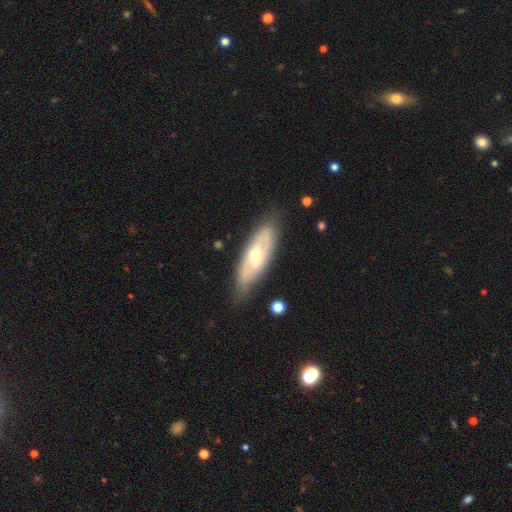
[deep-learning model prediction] Smooth or featured?
  - featured or disk: 57% *
  - smooth: 37%
  - star or artifact: 6%
Edge-on disk?
  - no: 73% *
  - yes: 27%
Merging?
  - none: 77% *
  - minor disturbance: 17%
  - major disturbance: 4%
  - merger: 2%